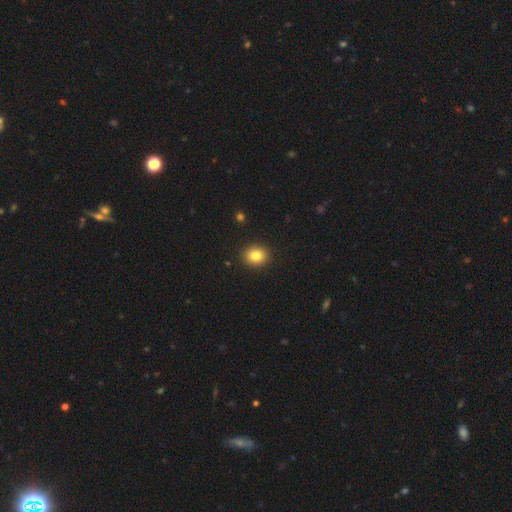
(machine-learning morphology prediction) smooth 83%, star or artifact 10%, featured or disk 7%. Down the decision tree: how rounded — round (66%); merging — none (91%).